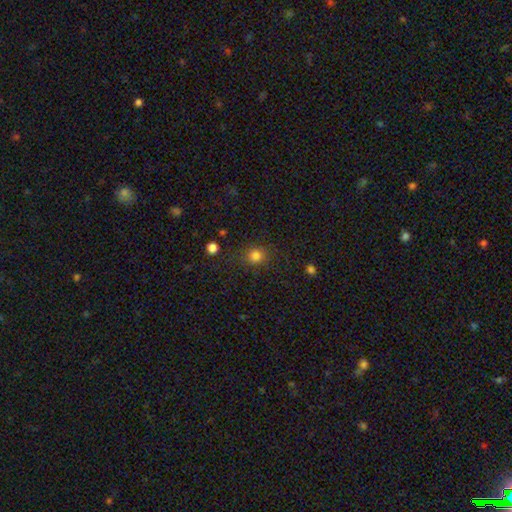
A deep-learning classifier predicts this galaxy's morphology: smooth 82%, star or artifact 13%, featured or disk 5%. Down the decision tree: how rounded — round (79%); merging — none (82%).